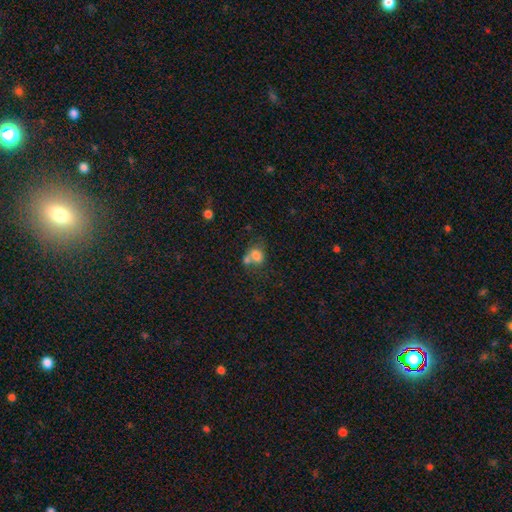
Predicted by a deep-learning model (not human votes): Smooth or featured? smooth (73%)
How rounded? in between (51%)
Merging? merger (51%)